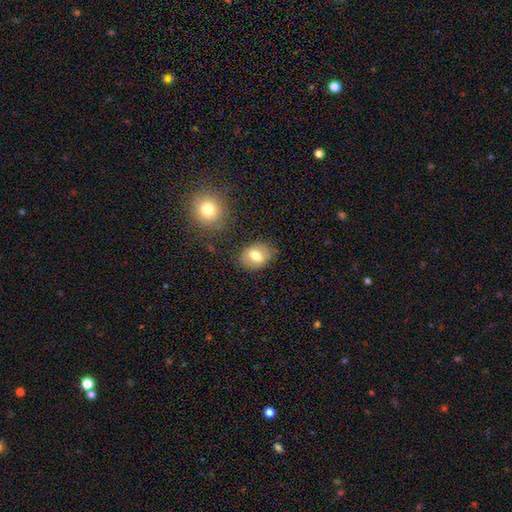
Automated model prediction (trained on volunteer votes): Overall: smooth (71%). How rounded: in between (61%; round 38%). Merging: none (80%).